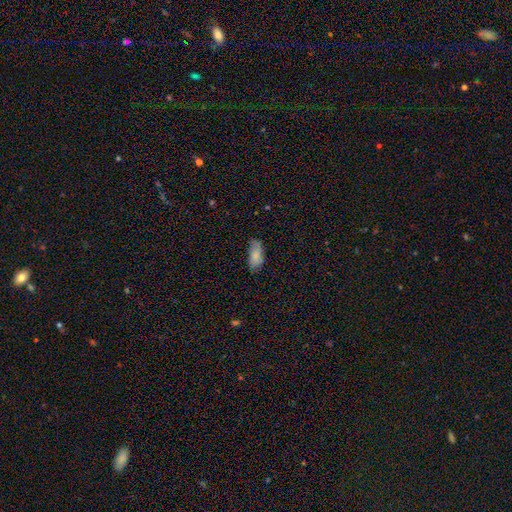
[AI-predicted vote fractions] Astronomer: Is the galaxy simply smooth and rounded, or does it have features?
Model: smooth — 80%.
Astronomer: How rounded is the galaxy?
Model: in between — 90%.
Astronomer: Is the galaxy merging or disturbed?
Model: none — 59%.